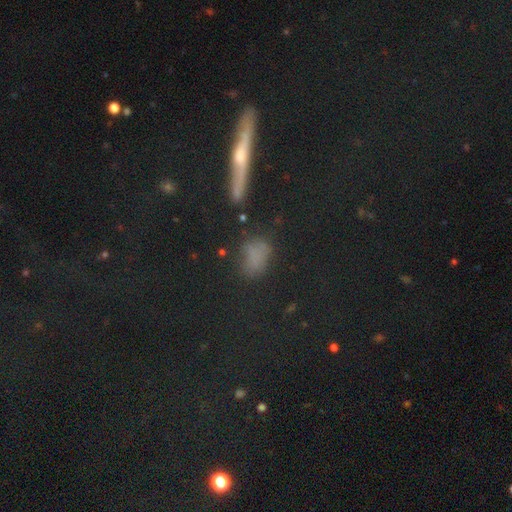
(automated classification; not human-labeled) Smooth or featured?
  - smooth: 54% *
  - star or artifact: 34%
  - featured or disk: 12%
How rounded?
  - in between: 58% *
  - round: 31%
  - cigar-shaped: 11%
Merging?
  - none: 61% *
  - minor disturbance: 19%
  - major disturbance: 11%
  - merger: 9%